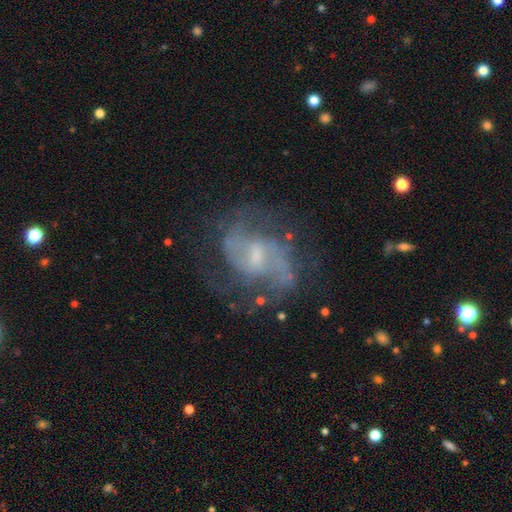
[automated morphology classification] smooth-or-featured: featured or disk: 85% | smooth: 8% | star or artifact: 7%
  disk-edge-on: no: 98% | yes: 2%
    bar: weak: 58% | no: 26% | strong: 15%
    has-spiral-arms: yes: 93% | no: 7%
      spiral-winding: medium: 54% | loose: 24% | tight: 22%
      spiral-arm-count: 2: 70% | can't tell: 14% | 3: 8% | 1: 3% | 4: 3% | more than 4: 2%
    bulge-size: small: 59% | moderate: 29% | none: 8% | large: 2% | dominant: 1%
  merging: none: 65% | minor disturbance: 18% | major disturbance: 15% | merger: 2%